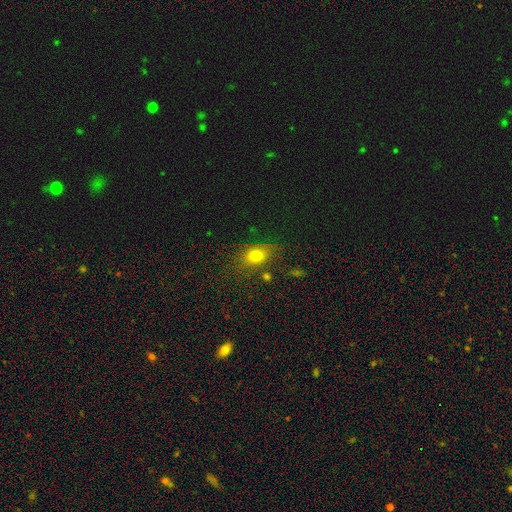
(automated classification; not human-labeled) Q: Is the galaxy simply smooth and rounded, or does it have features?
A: smooth — 73%.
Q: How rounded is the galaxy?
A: in between — 67%.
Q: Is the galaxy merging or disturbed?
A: none — 70%.